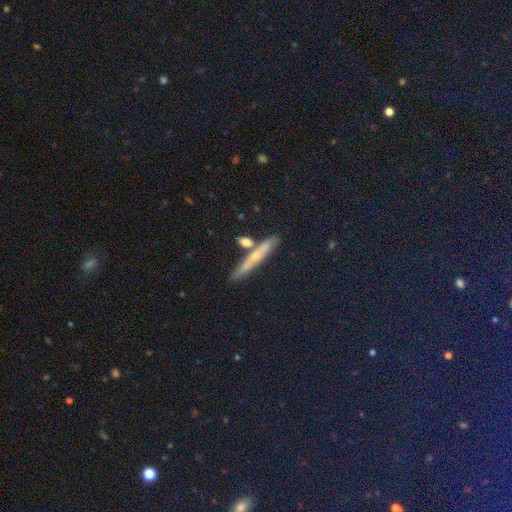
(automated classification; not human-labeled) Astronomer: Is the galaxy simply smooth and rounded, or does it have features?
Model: smooth — 42% (runner-up: featured or disk, 40%).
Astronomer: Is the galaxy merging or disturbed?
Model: none — 77%.